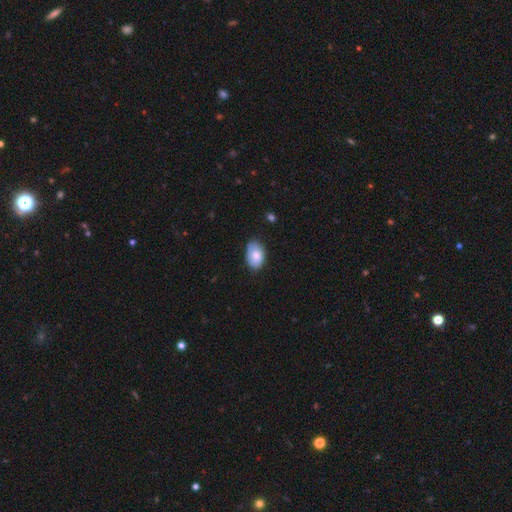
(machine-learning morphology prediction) Smooth or featured: smooth — 79% (featured or disk — 14%)
How rounded: in between — 89% (round — 10%)
Merging: none — 72% (minor disturbance — 24%)